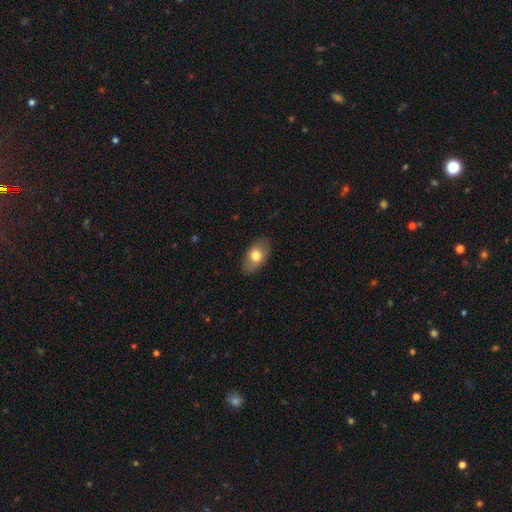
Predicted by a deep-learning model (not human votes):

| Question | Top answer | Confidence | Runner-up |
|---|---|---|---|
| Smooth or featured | smooth | 72% | featured or disk (21%) |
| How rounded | in between | 91% | round (7%) |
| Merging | none | 85% | minor disturbance (12%) |